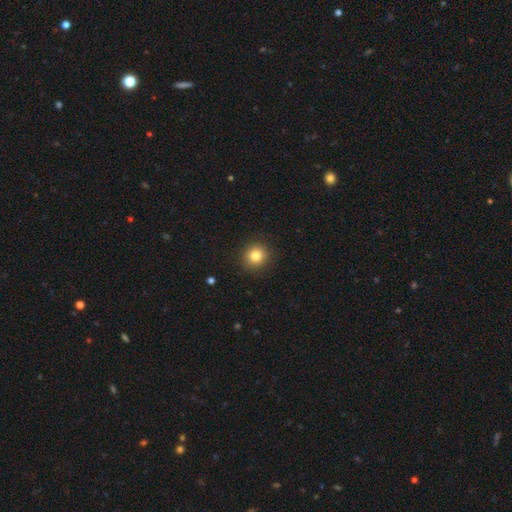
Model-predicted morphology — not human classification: A smooth galaxy with no disk features (82%) that is round (90%). Merging: none (91%).